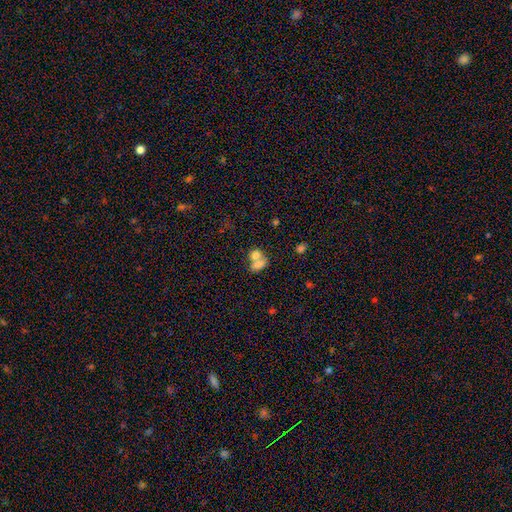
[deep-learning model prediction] smooth-or-featured: smooth: 74% | featured or disk: 14% | star or artifact: 12%
  how-rounded: in between: 68% | round: 29% | cigar-shaped: 3%
  merging: merger: 62% | none: 25% | minor disturbance: 8% | major disturbance: 5%